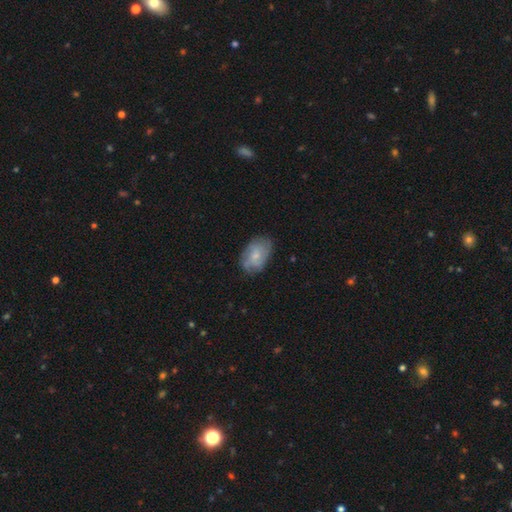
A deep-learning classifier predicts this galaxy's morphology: Q: Smooth or featured?
A: smooth (55%); runner-up: featured or disk (37%)
Q: How rounded?
A: in between (86%); runner-up: round (12%)
Q: Merging?
A: none (69%); runner-up: minor disturbance (23%)